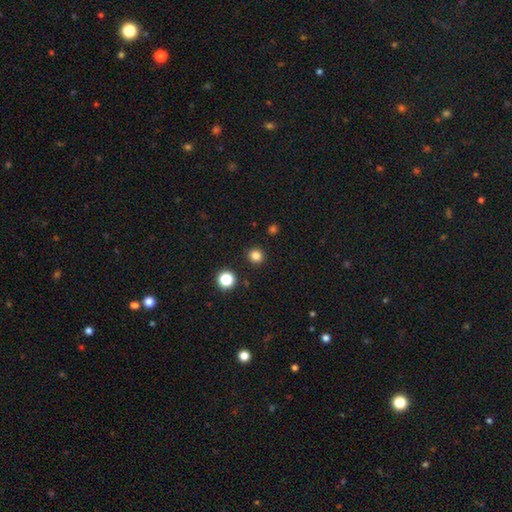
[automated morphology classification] type=smooth (82%); roundness=round (91%); merging=none (91%).